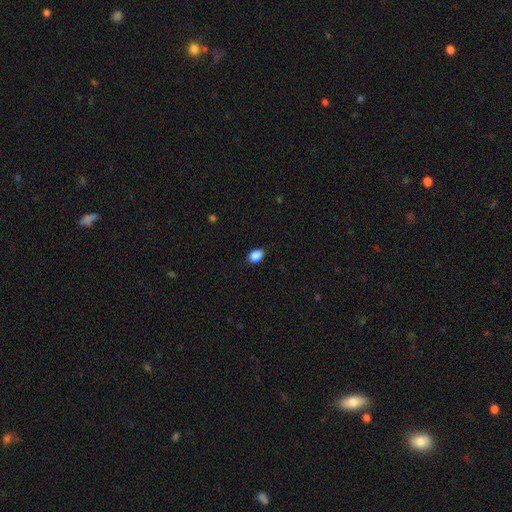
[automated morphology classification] A smooth galaxy with no disk features (88%) that is in between round and cigar-shaped (77%).

Vote fractions:
- Smooth or featured? smooth: 88% / star or artifact: 8% / featured or disk: 3%
- How rounded? in between: 77% / round: 22% / cigar-shaped: 1%
- Merging? none: 83% / minor disturbance: 13% / major disturbance: 2% / merger: 1%